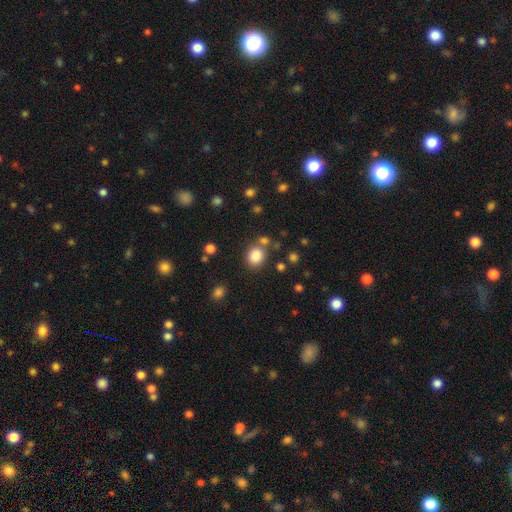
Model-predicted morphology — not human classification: Smooth or featured? Predicted: smooth (p=0.85). How rounded? Predicted: round (p=0.74). Merging? Predicted: none (p=0.74).